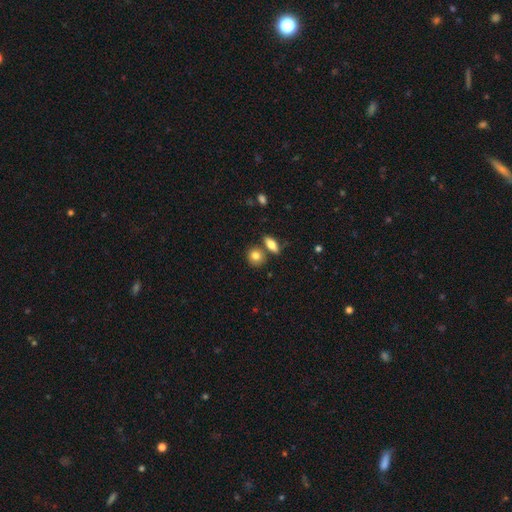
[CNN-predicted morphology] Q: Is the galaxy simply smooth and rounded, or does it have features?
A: smooth — 81%.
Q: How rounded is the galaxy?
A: round — 65%.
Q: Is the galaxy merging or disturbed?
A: none — 68%.